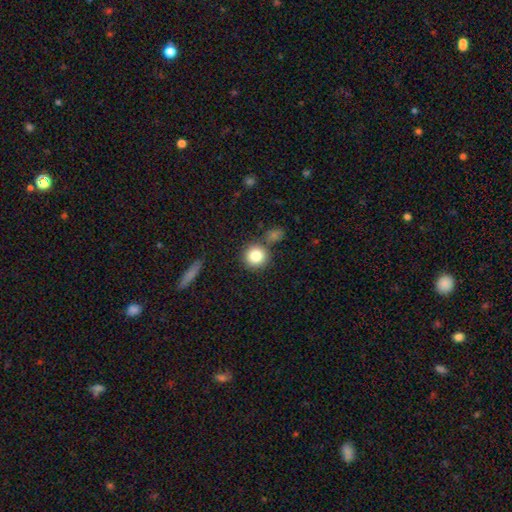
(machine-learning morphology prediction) Overall: smooth (83%). How rounded: round (92%). Merging: none (77%).